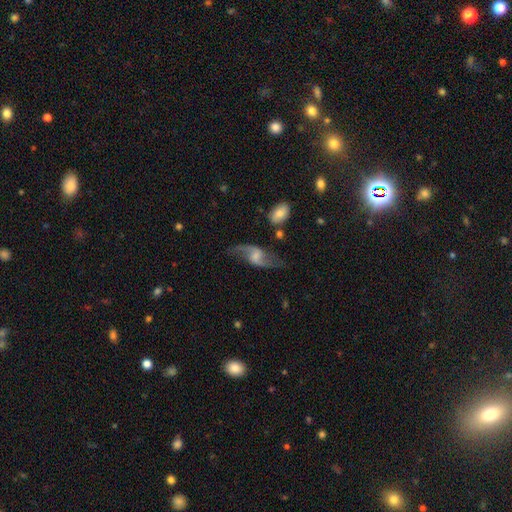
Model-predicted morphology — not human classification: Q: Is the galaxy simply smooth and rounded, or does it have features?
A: featured or disk — 80%.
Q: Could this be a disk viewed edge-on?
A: no — 95%.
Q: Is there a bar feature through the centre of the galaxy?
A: weak — 49%.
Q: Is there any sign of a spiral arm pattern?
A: yes — 93%.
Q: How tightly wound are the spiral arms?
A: loose — 81%.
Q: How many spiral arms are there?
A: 2 — 92%.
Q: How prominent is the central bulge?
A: small — 38%.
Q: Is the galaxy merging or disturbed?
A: none — 69%.